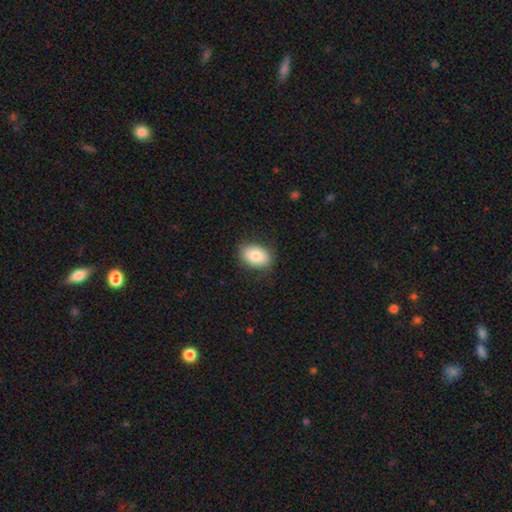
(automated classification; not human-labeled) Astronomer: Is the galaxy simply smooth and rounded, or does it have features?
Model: smooth — 81%.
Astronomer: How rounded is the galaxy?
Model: in between — 81%.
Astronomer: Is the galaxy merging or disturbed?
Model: none — 83%.